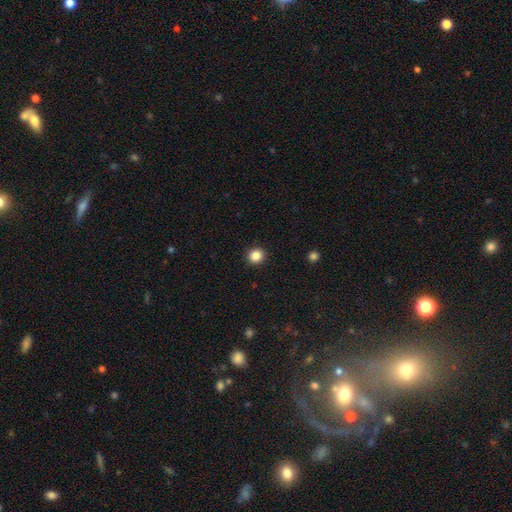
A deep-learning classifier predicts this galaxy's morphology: Smooth or featured? Predicted: smooth (p=0.86). How rounded? Predicted: round (p=0.89). Merging? Predicted: none (p=0.93).